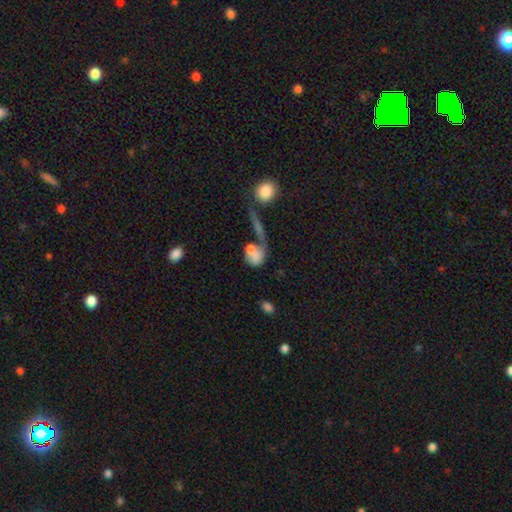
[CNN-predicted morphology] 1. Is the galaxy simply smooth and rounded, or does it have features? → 70% smooth, 20% featured or disk, 10% star or artifact.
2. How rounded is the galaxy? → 53% round, 43% in between, 4% cigar-shaped.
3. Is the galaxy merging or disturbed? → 41% merger, 29% none, 17% major disturbance, 13% minor disturbance.